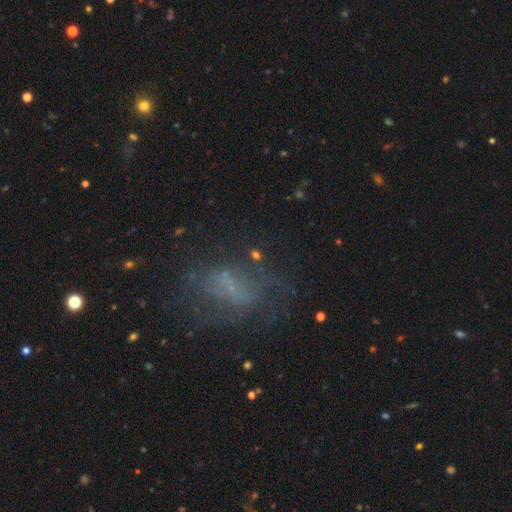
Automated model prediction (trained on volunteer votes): Q: Smooth or featured?
A: featured or disk (48%); runner-up: smooth (30%)
Q: Merging?
A: none (48%); runner-up: major disturbance (28%)